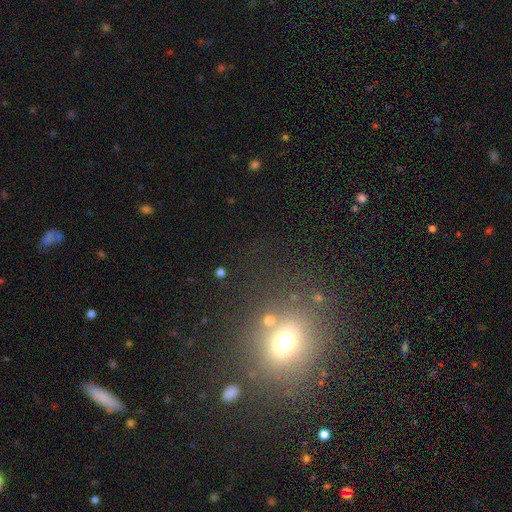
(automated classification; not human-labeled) Smooth or featured?
  - smooth: 49% *
  - star or artifact: 39%
  - featured or disk: 12%
Merging?
  - none: 80% *
  - minor disturbance: 10%
  - merger: 5%
  - major disturbance: 5%